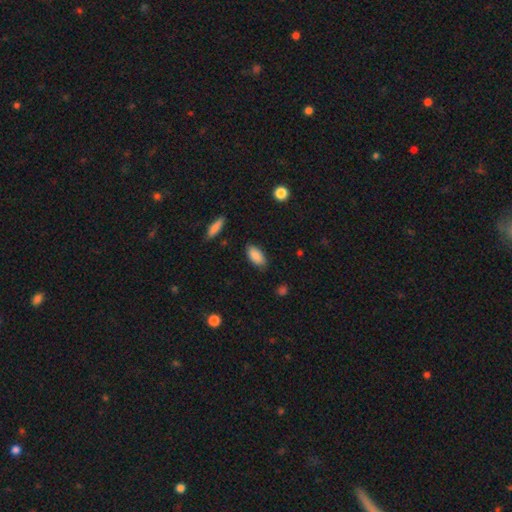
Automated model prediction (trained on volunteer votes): Smooth or featured? smooth (88%)
How rounded? in between (90%)
Merging? none (85%)